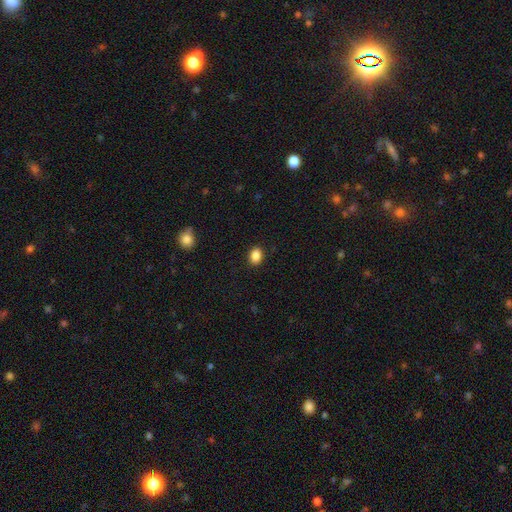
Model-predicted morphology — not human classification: A smooth galaxy with no disk features (88%) that is in between round and cigar-shaped (65%). Merging: none (89%).